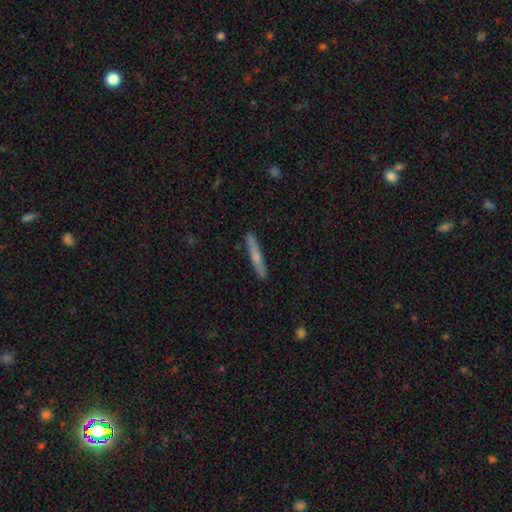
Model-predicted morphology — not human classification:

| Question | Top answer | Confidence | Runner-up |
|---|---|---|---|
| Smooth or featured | smooth | 49% | featured or disk (45%) |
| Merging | none | 90% | minor disturbance (8%) |